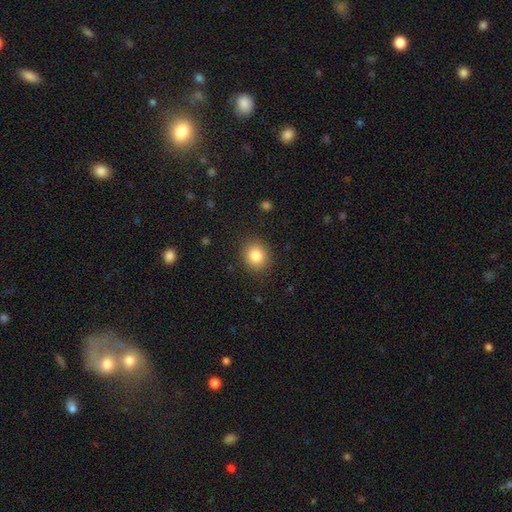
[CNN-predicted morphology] type=smooth (84%); roundness=round (76%); merging=none (88%).